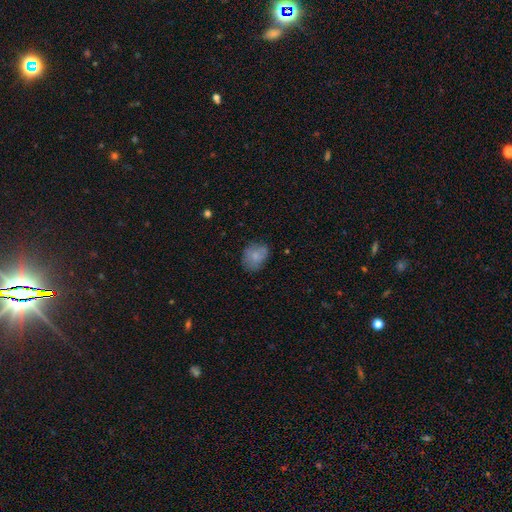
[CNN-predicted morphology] This appears to be a smooth galaxy with no disk features (76%) that is in between round and cigar-shaped (59%). Merging: none (65%).